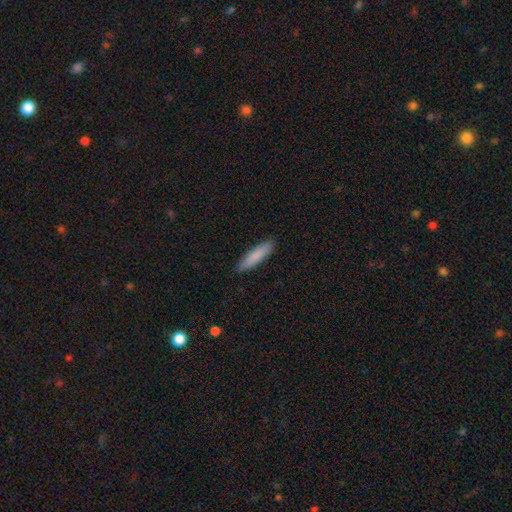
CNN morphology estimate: smooth_or_featured: smooth (p=0.84) [alt: featured or disk p=0.10]
how_rounded: cigar-shaped (p=0.81) [alt: in between p=0.18]
merging: none (p=0.89) [alt: minor disturbance p=0.08]